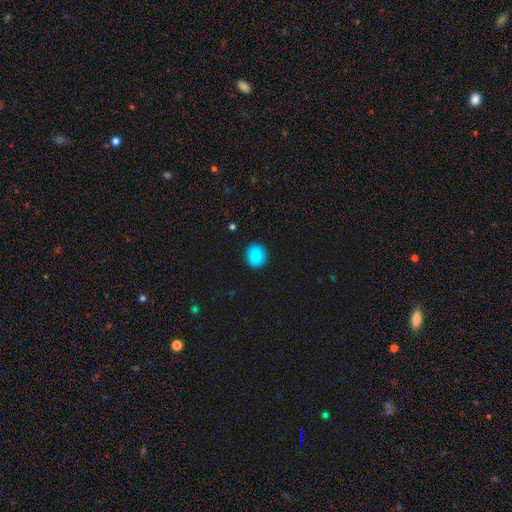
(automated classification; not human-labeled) The model was most divided on "how rounded": round: 80%, in between: 19%, cigar-shaped: 1%. More confident: merging — none (90%); smooth or featured — smooth (89%).